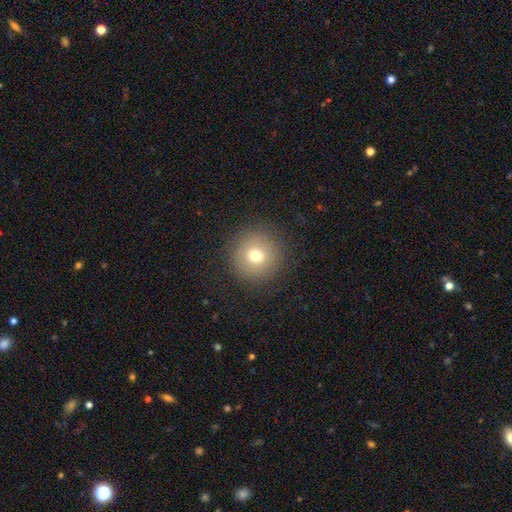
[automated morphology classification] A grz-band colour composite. It shows a smooth galaxy with no disk features (72%) that is round (95%). Merging: none (89%).